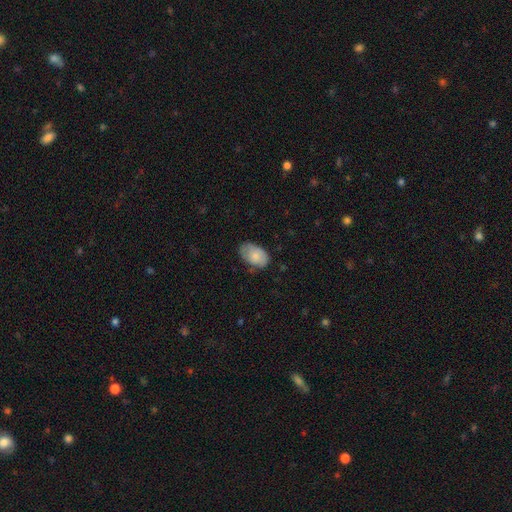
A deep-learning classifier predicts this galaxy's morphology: A smooth galaxy with no disk features (79%) that is in between round and cigar-shaped (90%). Merging: none (65%).